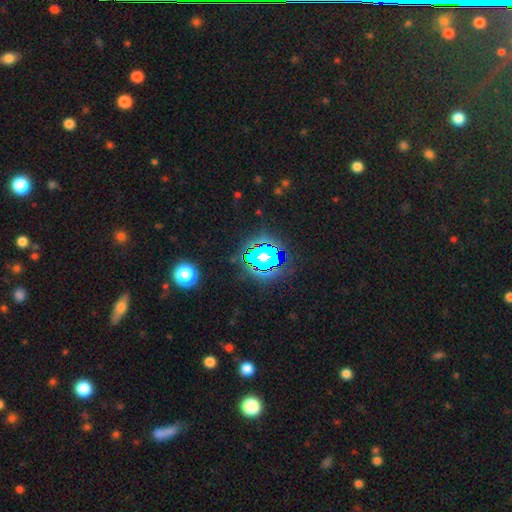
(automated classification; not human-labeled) The model was most divided on "smooth or featured": star or artifact: 79%, smooth: 14%, featured or disk: 7%.